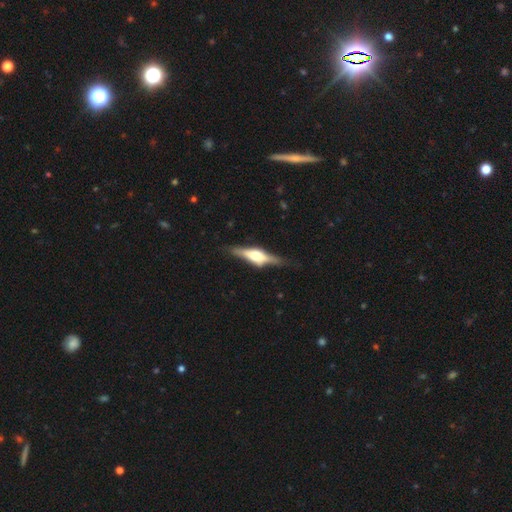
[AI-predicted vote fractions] Overall: featured or disk (73%). Edge-on disk: yes (96%). Edge-on bulge: rounded (87%). Merging: none (82%).